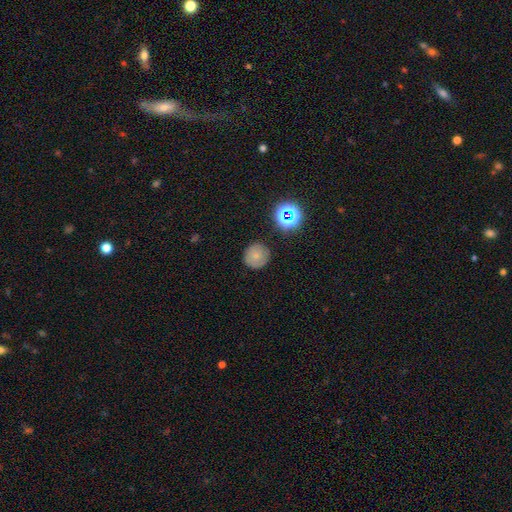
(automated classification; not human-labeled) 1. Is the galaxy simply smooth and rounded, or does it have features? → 72% smooth, 16% star or artifact, 12% featured or disk.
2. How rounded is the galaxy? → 94% round, 5% in between, 1% cigar-shaped.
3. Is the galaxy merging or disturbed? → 85% none, 10% minor disturbance, 3% major disturbance, 2% merger.